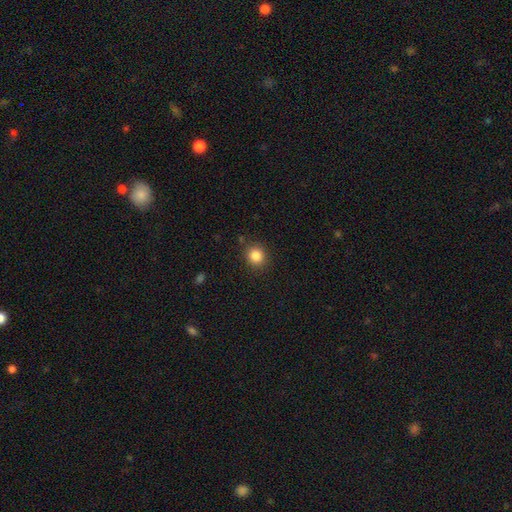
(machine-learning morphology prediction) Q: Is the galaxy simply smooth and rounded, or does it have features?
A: smooth — 85%.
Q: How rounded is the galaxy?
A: round — 83%.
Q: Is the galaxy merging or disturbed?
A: none — 87%.